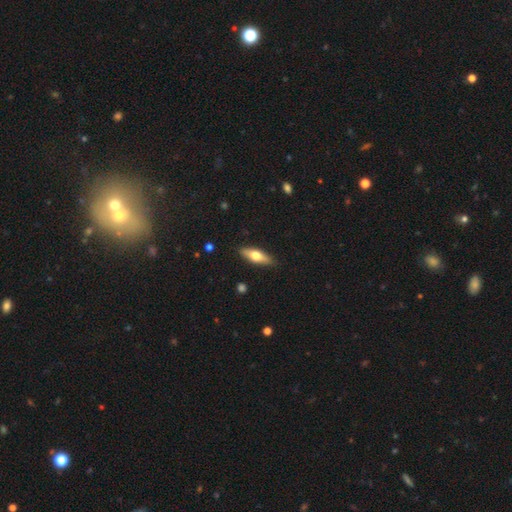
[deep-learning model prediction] A smooth galaxy with no disk features (56%) that is in between round and cigar-shaped (52%). Merging: none (88%).